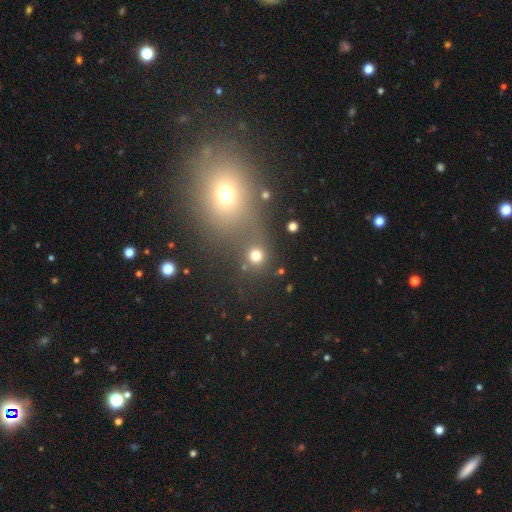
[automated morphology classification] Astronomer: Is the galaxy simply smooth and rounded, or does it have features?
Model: smooth — 75%.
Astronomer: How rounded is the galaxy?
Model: round — 89%.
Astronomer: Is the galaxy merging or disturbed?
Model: none — 64%.